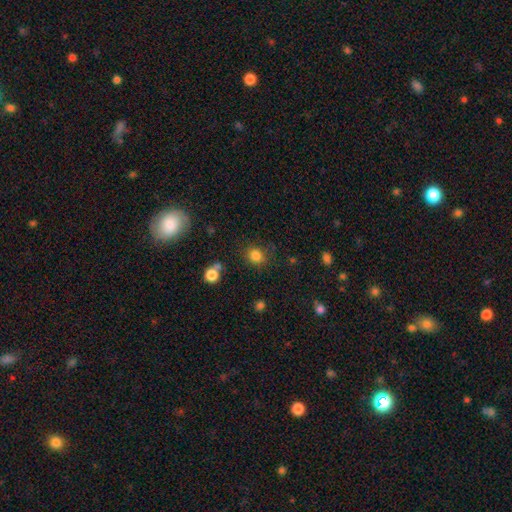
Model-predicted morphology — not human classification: This is clearly a smooth galaxy (82%). How rounded: likely round (75%). Merging: likely none (79%).